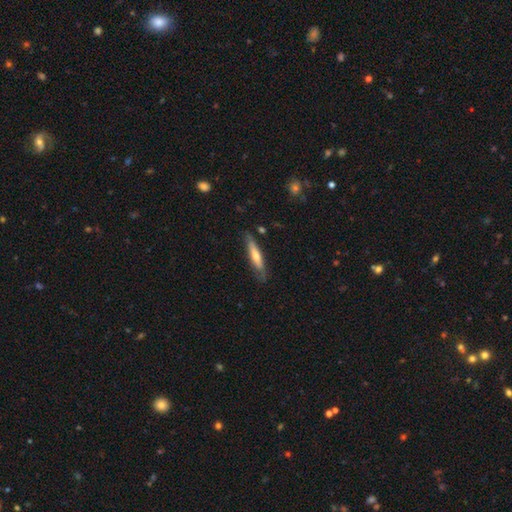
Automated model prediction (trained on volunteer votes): Smooth or featured? smooth (50%)
How rounded? cigar-shaped (87%)
Merging? none (79%)